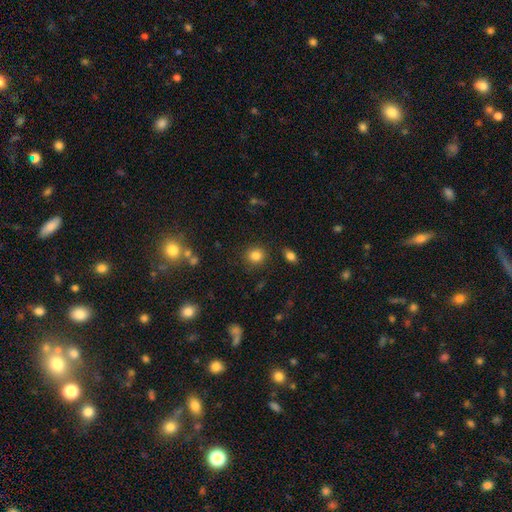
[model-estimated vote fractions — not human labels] Smooth or featured? Predicted: smooth (p=0.84). How rounded? Predicted: round (p=0.84). Merging? Predicted: none (p=0.87).